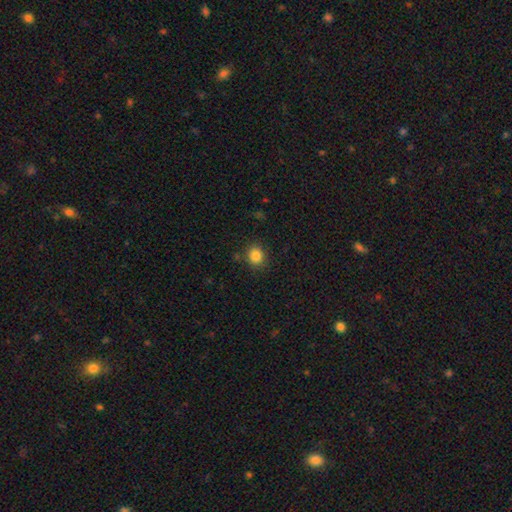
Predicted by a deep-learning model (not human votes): Smooth or featured? smooth (85%)
How rounded? round (76%)
Merging? none (86%)